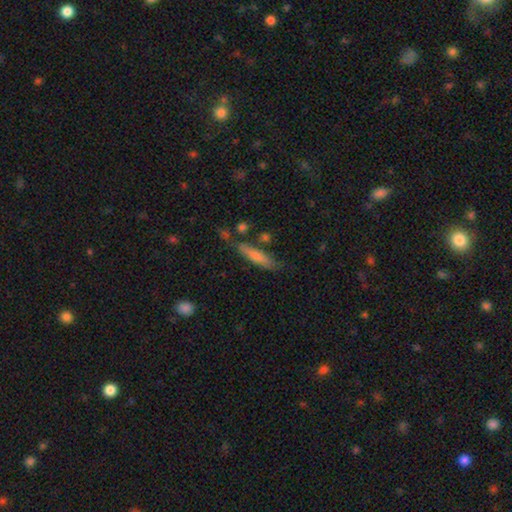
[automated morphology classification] smooth_or_featured: smooth (p=0.64) [alt: featured or disk p=0.29]
how_rounded: cigar-shaped (p=0.86) [alt: in between p=0.13]
merging: none (p=0.71) [alt: minor disturbance p=0.17]